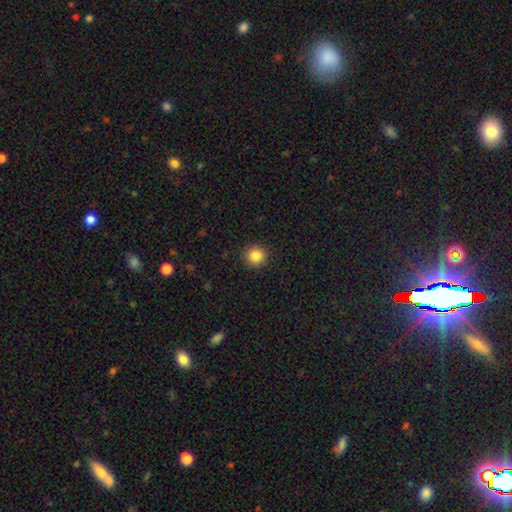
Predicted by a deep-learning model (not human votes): Morphology: type=smooth (85%); roundness=round (93%); merging=none (91%).